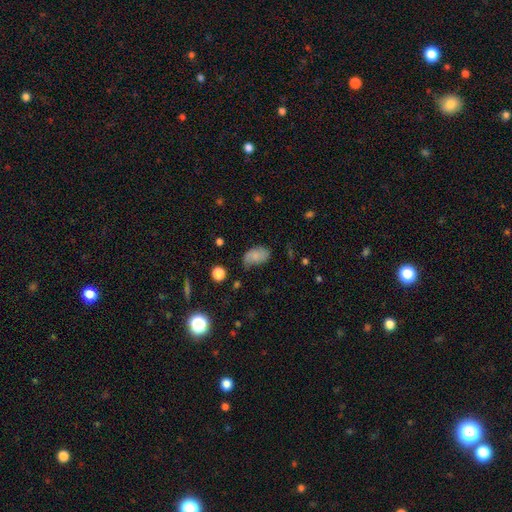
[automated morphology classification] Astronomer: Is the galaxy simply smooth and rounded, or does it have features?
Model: smooth — 71%.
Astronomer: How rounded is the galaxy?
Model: in between — 91%.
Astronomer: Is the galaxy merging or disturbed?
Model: none — 51% (runner-up: minor disturbance, 35%).